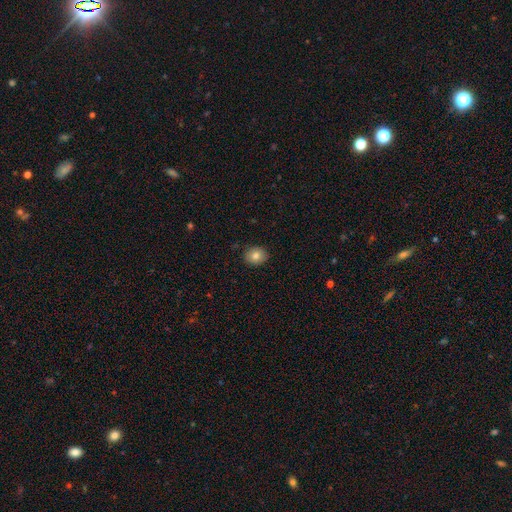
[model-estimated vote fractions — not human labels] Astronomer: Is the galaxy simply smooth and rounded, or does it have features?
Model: smooth — 81%.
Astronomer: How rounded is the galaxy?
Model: round — 57% (runner-up: in between, 42%).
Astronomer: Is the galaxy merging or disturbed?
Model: none — 89%.